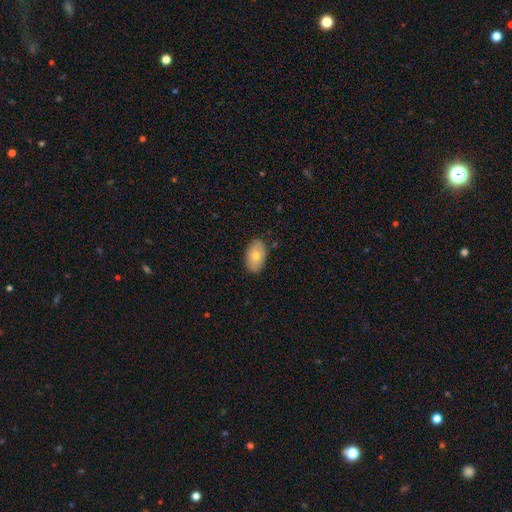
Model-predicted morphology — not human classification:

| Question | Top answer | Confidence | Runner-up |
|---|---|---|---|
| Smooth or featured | smooth | 71% | featured or disk (22%) |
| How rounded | in between | 91% | round (8%) |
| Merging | none | 85% | minor disturbance (12%) |